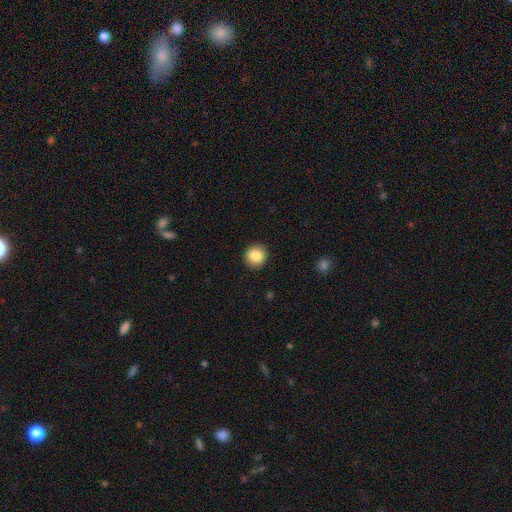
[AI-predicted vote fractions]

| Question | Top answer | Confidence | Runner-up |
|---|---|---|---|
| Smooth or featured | smooth | 85% | star or artifact (9%) |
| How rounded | round | 93% | in between (6%) |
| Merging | none | 92% | minor disturbance (5%) |